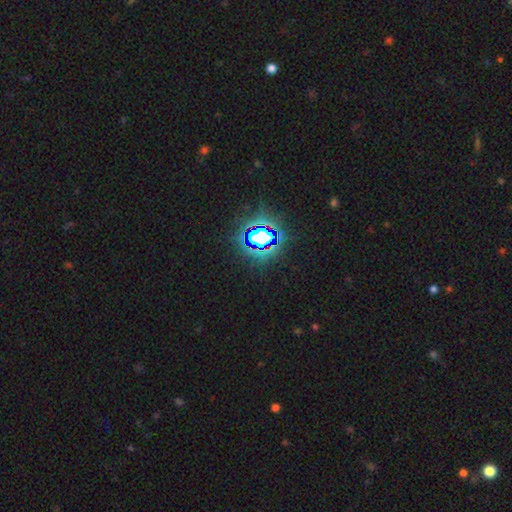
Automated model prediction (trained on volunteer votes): Smooth or featured?
  - star or artifact: 83% *
  - smooth: 11%
  - featured or disk: 6%